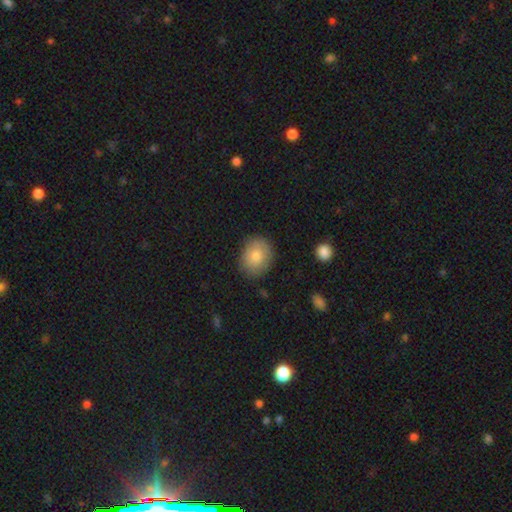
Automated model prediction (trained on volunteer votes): This appears to be a smooth galaxy with no disk features (79%) that is round (57%). Merging: none (83%).